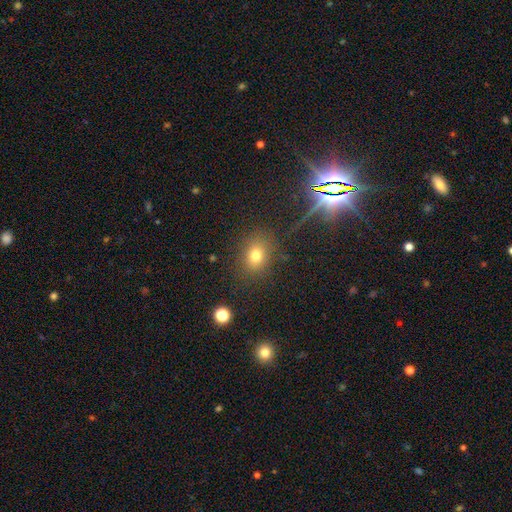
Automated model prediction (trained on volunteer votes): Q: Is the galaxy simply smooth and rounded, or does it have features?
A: smooth — 74%.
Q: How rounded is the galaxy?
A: round — 52%.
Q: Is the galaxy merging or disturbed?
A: none — 81%.